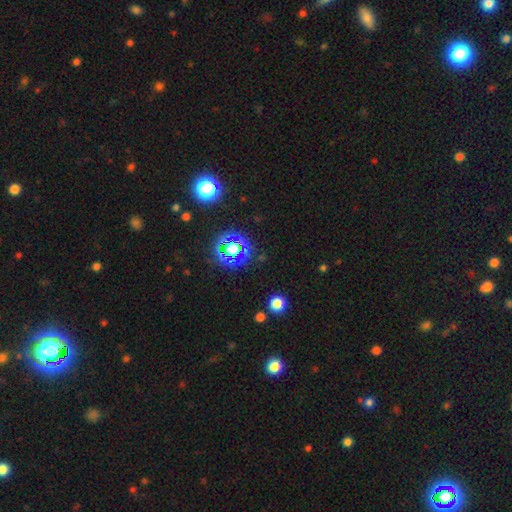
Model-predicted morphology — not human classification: This is likely a star or artifact rather than a galaxy (74%).